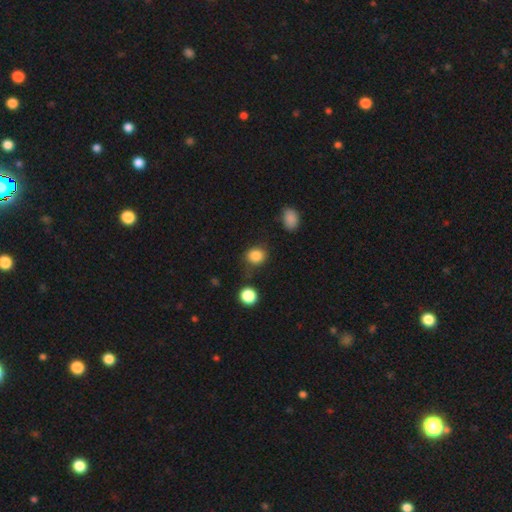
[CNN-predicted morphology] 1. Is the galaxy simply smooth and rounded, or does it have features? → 85% smooth, 11% star or artifact, 4% featured or disk.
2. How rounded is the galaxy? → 78% round, 21% in between, 1% cigar-shaped.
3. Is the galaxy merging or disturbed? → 75% none, 16% minor disturbance, 5% major disturbance, 4% merger.